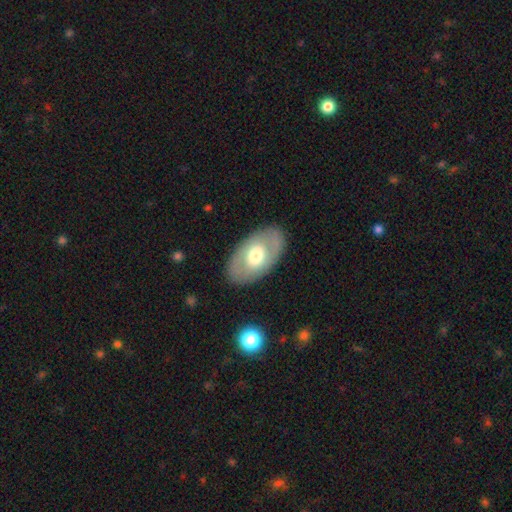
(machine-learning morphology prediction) smooth_or_featured: smooth (p=0.50) [alt: featured or disk p=0.45]
merging: none (p=0.86) [alt: minor disturbance p=0.10]